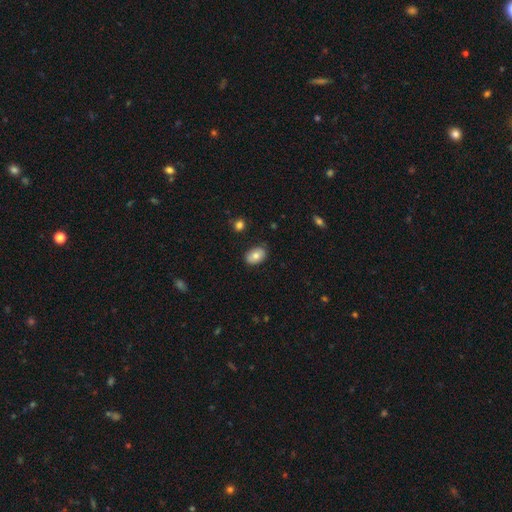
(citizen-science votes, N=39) This is likely a smooth galaxy (67%). How rounded: clearly in between (92%). Merging: clearly none (81%).